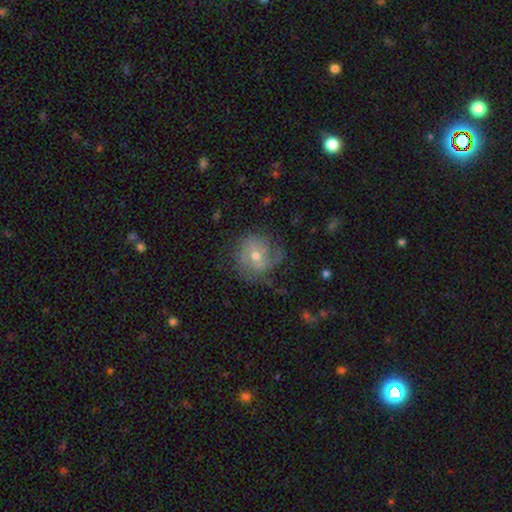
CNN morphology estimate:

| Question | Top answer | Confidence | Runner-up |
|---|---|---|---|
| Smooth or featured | featured or disk | 53% | smooth (38%) |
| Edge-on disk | no | 97% | yes (3%) |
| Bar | no | 69% | weak (25%) |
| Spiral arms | yes | 72% | no (28%) |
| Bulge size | moderate | 59% | small (36%) |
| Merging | none | 56% | minor disturbance (25%) |